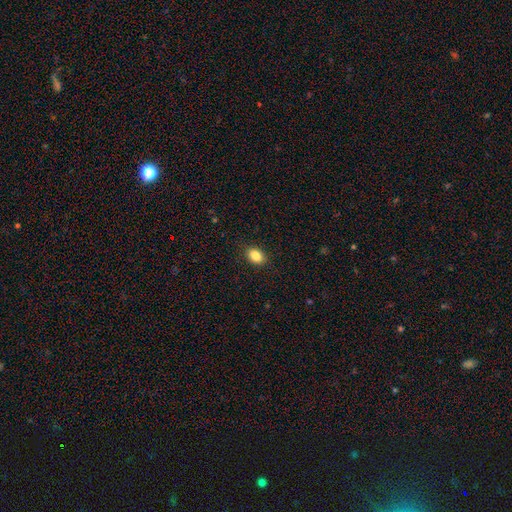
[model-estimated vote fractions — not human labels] Smooth or featured? smooth (86%)
How rounded? in between (78%)
Merging? none (89%)